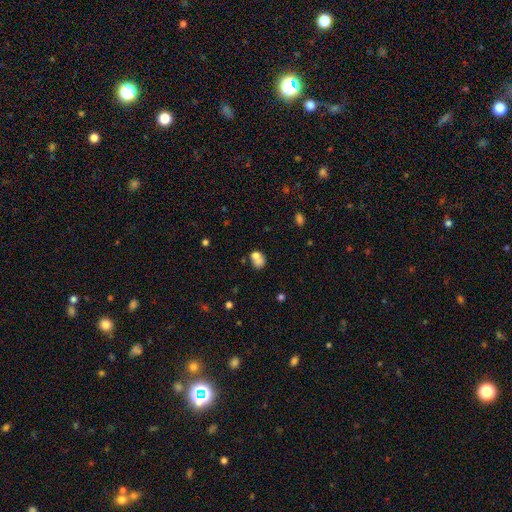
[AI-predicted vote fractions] smooth 72%, featured or disk 17%, star or artifact 11%. Down the decision tree: how rounded — in between (52%); merging — merger (44%).